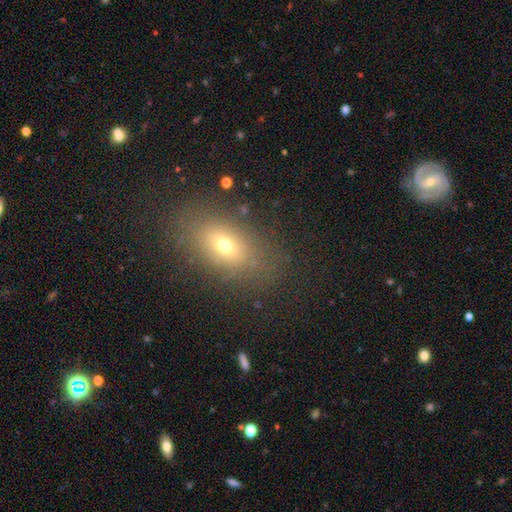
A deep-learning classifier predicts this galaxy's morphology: Smooth or featured?
  - smooth: 64% *
  - featured or disk: 18%
  - star or artifact: 18%
How rounded?
  - in between: 81% *
  - round: 13%
  - cigar-shaped: 6%
Merging?
  - none: 84% *
  - minor disturbance: 10%
  - major disturbance: 4%
  - merger: 2%